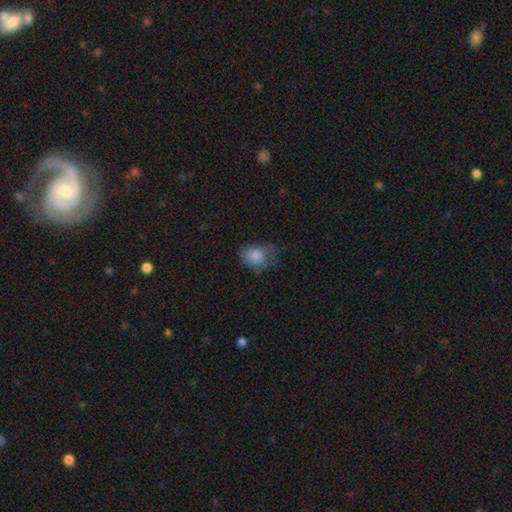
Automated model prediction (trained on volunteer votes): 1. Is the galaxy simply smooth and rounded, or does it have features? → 80% smooth, 10% featured or disk, 10% star or artifact.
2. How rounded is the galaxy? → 59% in between, 40% round, 1% cigar-shaped.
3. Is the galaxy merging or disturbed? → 44% none, 34% minor disturbance, 20% major disturbance, 2% merger.